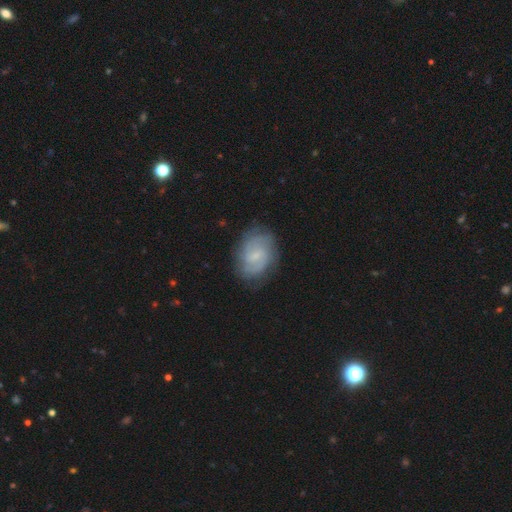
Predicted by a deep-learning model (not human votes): This is likely a featured or disk galaxy (68%). It is clearly not viewed edge-on (97%). Bar: possibly weak (58%). Spiral arm pattern: clearly yes (91%). Spiral arm count: possibly 2 (52%). Spiral winding: possibly tight (45%). Central bulge: possibly small (56%). Merging: likely none (76%).